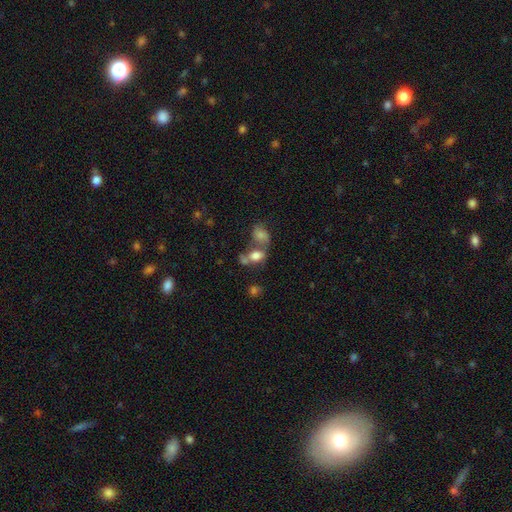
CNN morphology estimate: The model was most divided on "merging": merger: 50%, none: 30%, minor disturbance: 12%, major disturbance: 8%. More confident: smooth or featured — smooth (73%); how rounded — in between (72%).